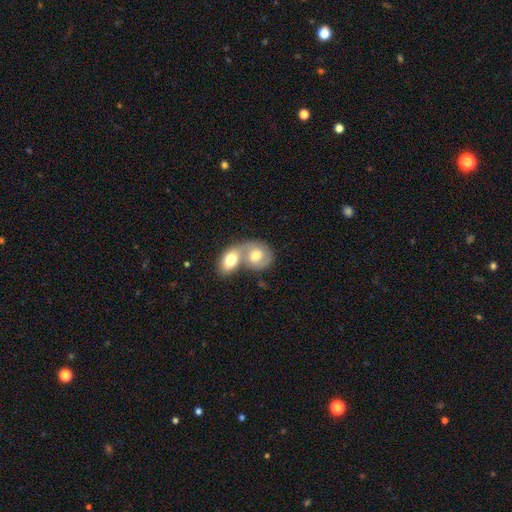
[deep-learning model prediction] smooth-or-featured: smooth: 55% | featured or disk: 39% | star or artifact: 6%
  how-rounded: round: 50% | in between: 49% | cigar-shaped: 2%
  merging: merger: 70% | none: 20% | minor disturbance: 6% | major disturbance: 4%